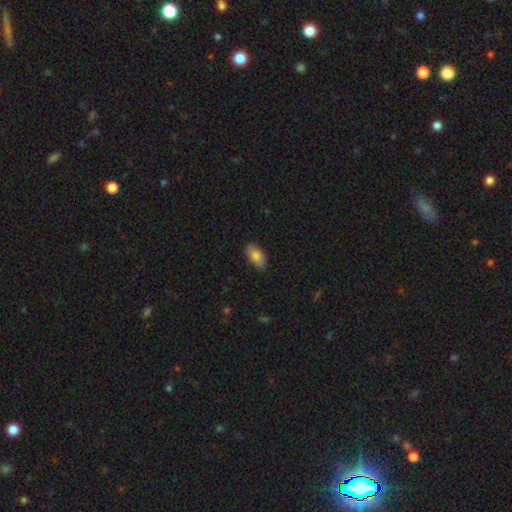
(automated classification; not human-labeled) Smooth or featured? Predicted: smooth (p=0.83). How rounded? Predicted: in between (p=0.93). Merging? Predicted: none (p=0.84).